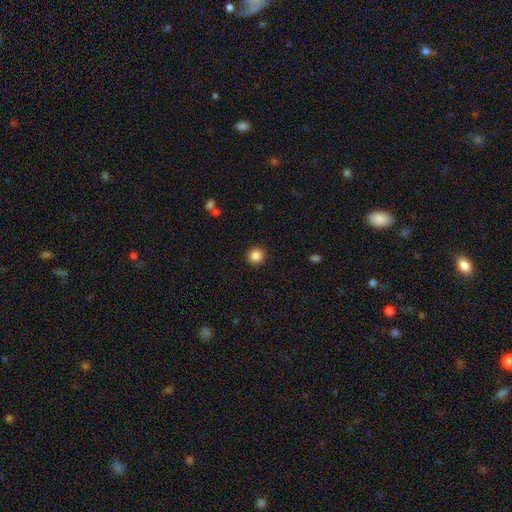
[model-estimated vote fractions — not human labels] smooth-or-featured: smooth: 86% | star or artifact: 10% | featured or disk: 4%
  how-rounded: round: 95% | in between: 4% | cigar-shaped: 1%
  merging: none: 92% | minor disturbance: 5% | major disturbance: 2% | merger: 1%